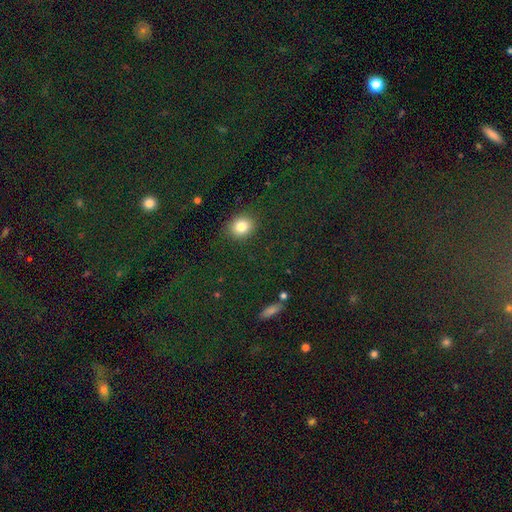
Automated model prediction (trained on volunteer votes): Smooth or featured? star or artifact (69%)